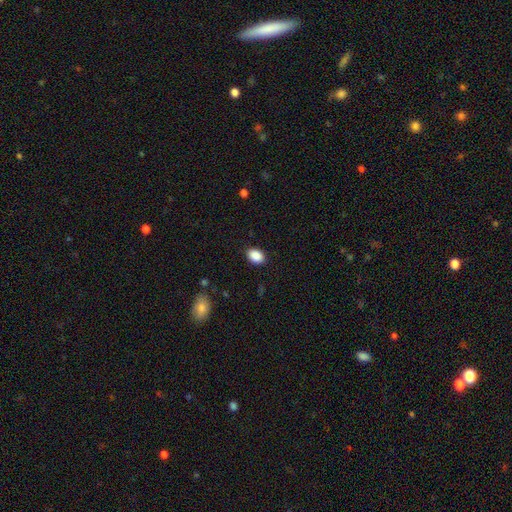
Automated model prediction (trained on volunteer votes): Smooth or featured? smooth (89%)
How rounded? in between (79%)
Merging? none (88%)